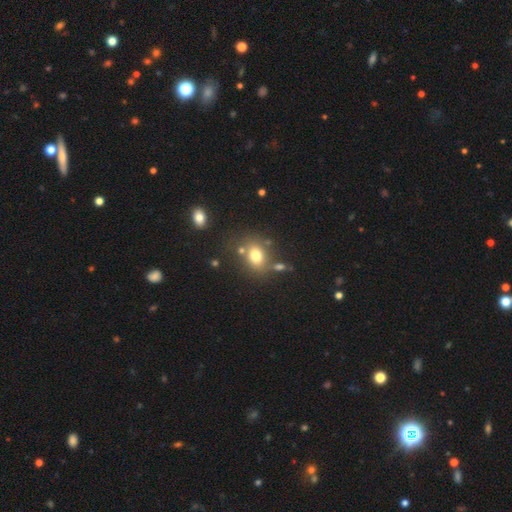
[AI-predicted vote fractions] Smooth or featured? smooth (75%)
How rounded? in between (54%)
Merging? none (66%)